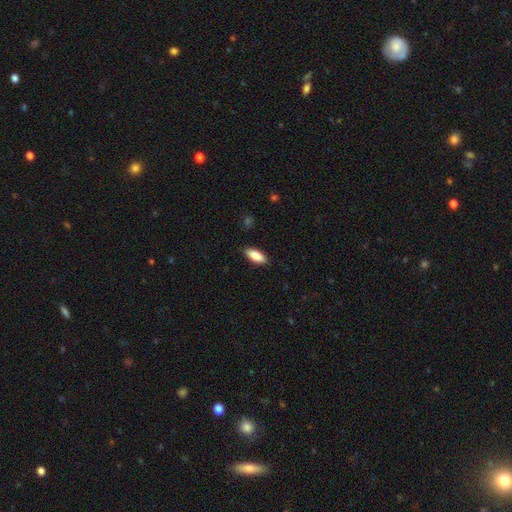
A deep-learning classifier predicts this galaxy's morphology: smooth 86%, featured or disk 8%, star or artifact 6%. Down the decision tree: how rounded — in between (81%); merging — none (88%).